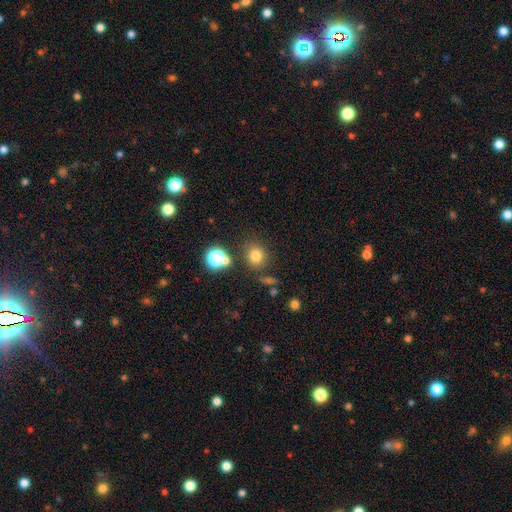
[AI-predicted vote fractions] Overall: smooth (76%). How rounded: round (81%). Merging: none (78%).